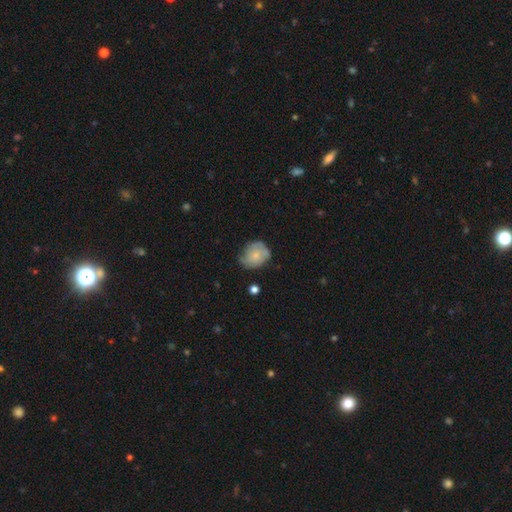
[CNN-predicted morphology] A featured or disk galaxy (49%). Merging: none (58%).